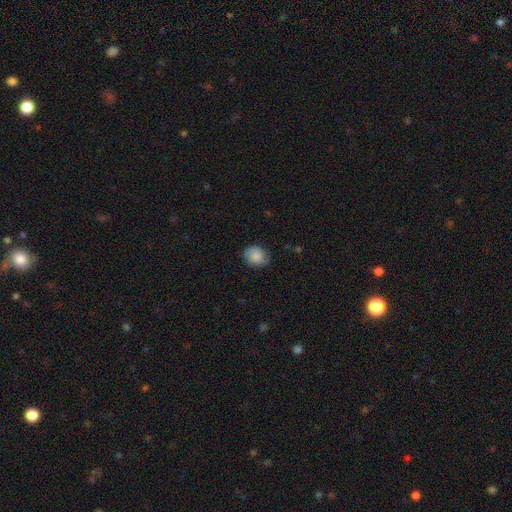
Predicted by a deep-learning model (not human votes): Smooth or featured? Predicted: smooth (p=0.78). How rounded? Predicted: round (p=0.58). Merging? Predicted: none (p=0.75).